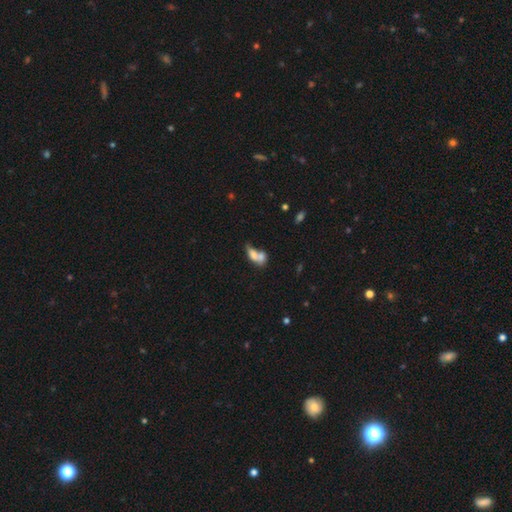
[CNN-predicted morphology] Q: Smooth or featured?
A: smooth (66%); runner-up: featured or disk (24%)
Q: How rounded?
A: in between (77%); runner-up: round (12%)
Q: Merging?
A: merger (66%); runner-up: none (17%)